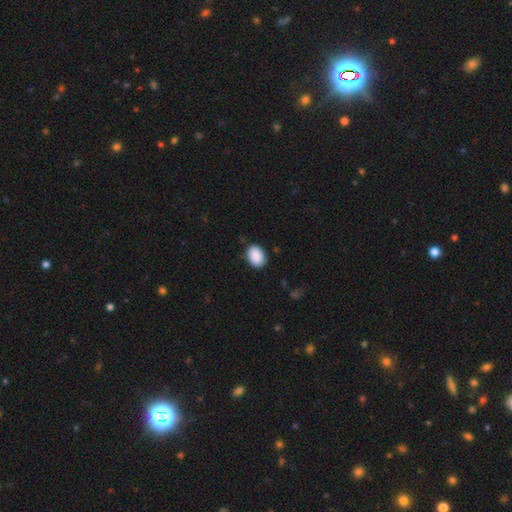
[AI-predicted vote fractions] Morphology: type=smooth (90%); roundness=in between (77%); merging=none (85%).